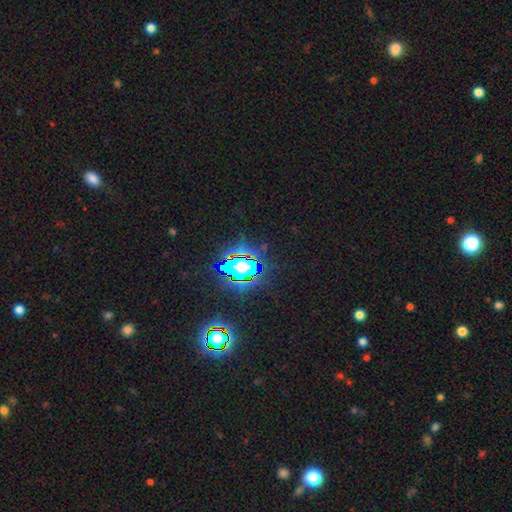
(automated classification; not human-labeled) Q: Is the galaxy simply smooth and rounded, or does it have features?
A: star or artifact — 82%.